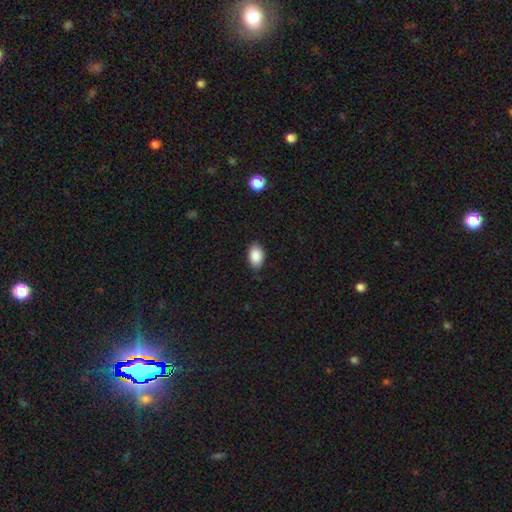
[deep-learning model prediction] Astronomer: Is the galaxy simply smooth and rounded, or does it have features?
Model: smooth — 89%.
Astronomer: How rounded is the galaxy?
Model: in between — 88%.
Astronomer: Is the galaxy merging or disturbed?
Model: none — 81%.